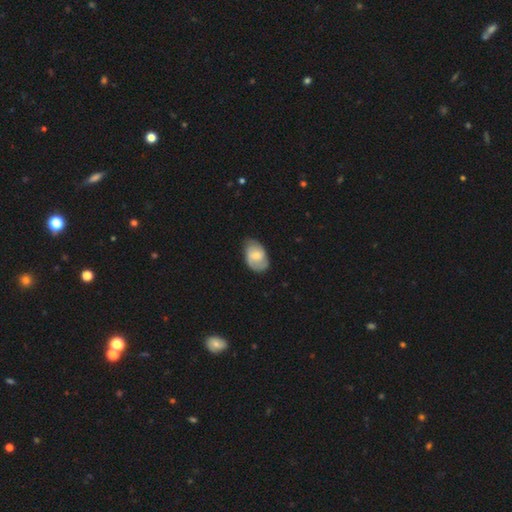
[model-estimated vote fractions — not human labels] Q: Smooth or featured?
A: smooth (55%); runner-up: featured or disk (39%)
Q: How rounded?
A: in between (85%); runner-up: round (14%)
Q: Merging?
A: none (62%); runner-up: minor disturbance (30%)